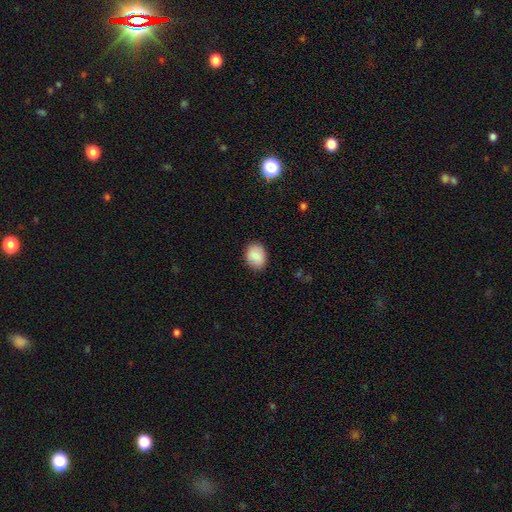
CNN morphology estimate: smooth_or_featured: smooth (p=0.85) [alt: star or artifact p=0.08]
how_rounded: in between (p=0.53) [alt: round p=0.46]
merging: none (p=0.80) [alt: minor disturbance p=0.16]